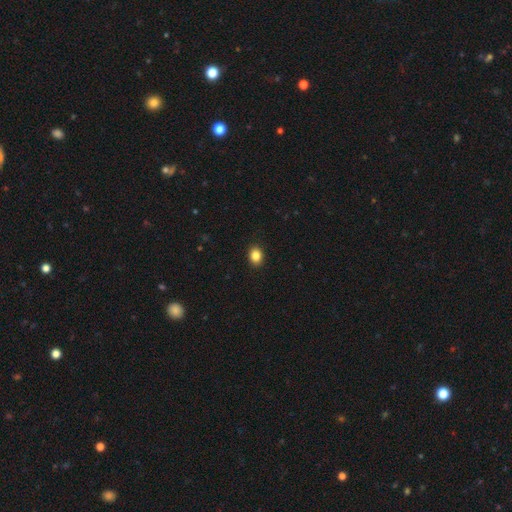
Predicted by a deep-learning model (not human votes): Overall: smooth (86%). How rounded: in between (58%; round 41%). Merging: none (91%).